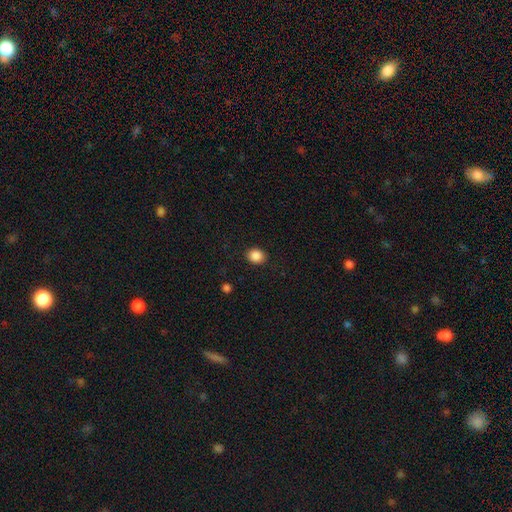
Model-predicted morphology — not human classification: smooth-or-featured: smooth: 87% | star or artifact: 9% | featured or disk: 3%
  how-rounded: round: 65% | in between: 34% | cigar-shaped: 1%
  merging: none: 90% | minor disturbance: 7% | major disturbance: 2% | merger: 1%